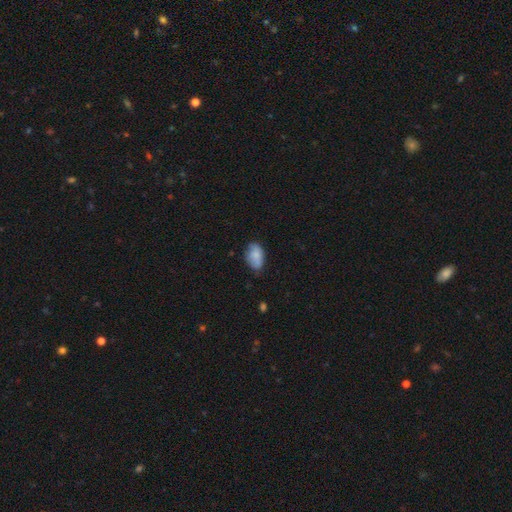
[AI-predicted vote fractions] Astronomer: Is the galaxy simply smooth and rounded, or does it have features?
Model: smooth — 81%.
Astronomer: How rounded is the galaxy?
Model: in between — 90%.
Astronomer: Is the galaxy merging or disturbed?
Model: none — 63%.